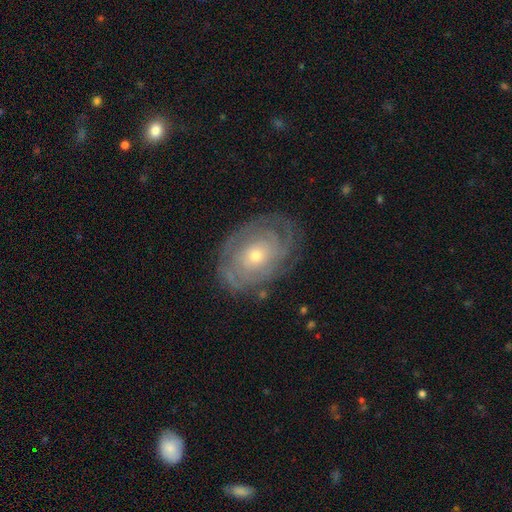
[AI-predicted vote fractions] A featured or disk galaxy (78%) with no bar (84%), tight (77%) spiral arms (84%) and a small central bulge (60%). Merging: none (76%).